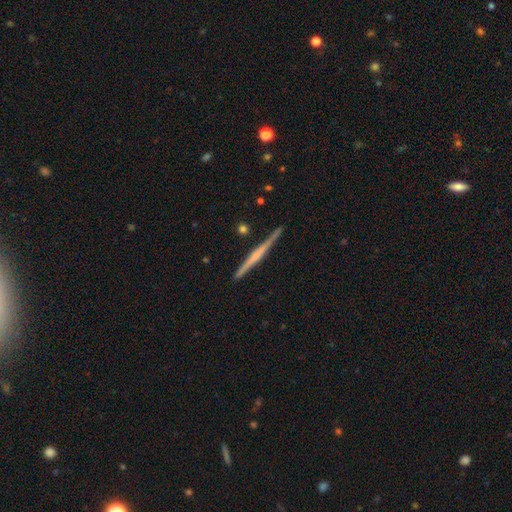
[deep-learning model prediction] This appears to be a featured or disk galaxy (70%) viewed edge-on (98%) with no central bulge (43%). Merging: none (90%).